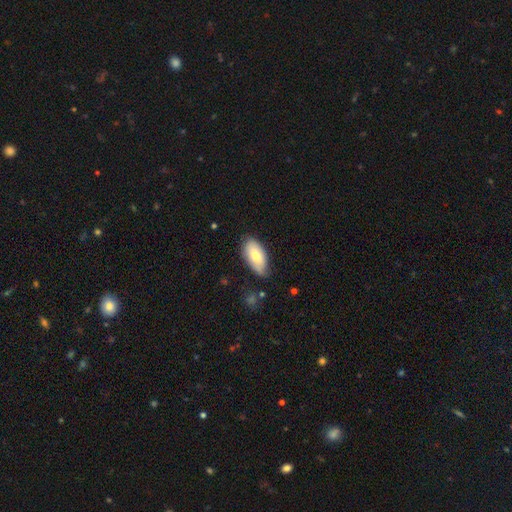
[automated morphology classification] smooth_or_featured: smooth (p=0.71) [alt: featured or disk p=0.23]
how_rounded: in between (p=0.93) [alt: cigar-shaped p=0.04]
merging: none (p=0.70) [alt: minor disturbance p=0.24]